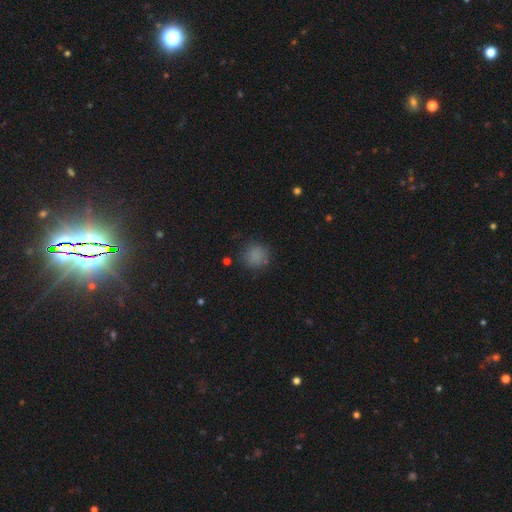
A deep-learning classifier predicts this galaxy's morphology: Smooth or featured? Predicted: smooth (p=0.82). How rounded? Predicted: round (p=0.91). Merging? Predicted: none (p=0.81).